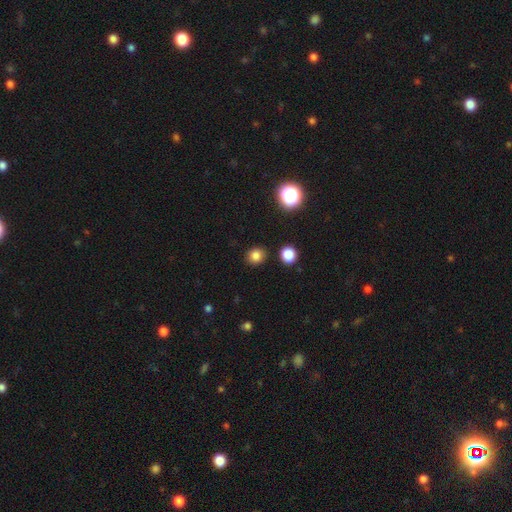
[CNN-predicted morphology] type=smooth (81%); roundness=round (80%); merging=none (88%).